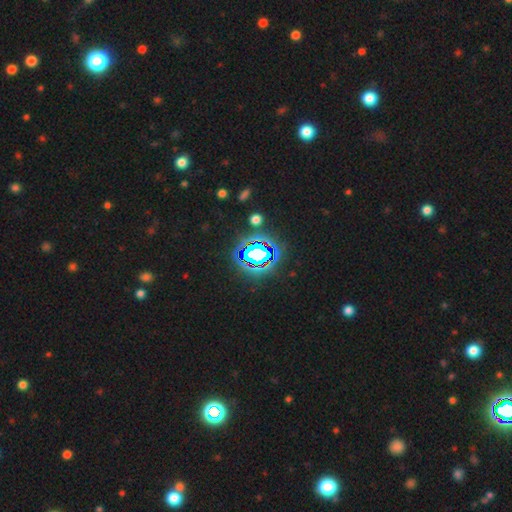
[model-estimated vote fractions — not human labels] A star or artifact, not a galaxy (77%).